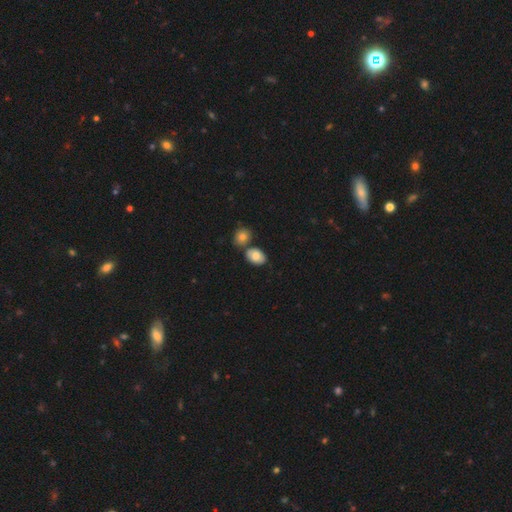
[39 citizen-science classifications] Smooth or featured? 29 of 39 (74%) said smooth. How rounded? 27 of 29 (93%) said in between. Merging? 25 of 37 (68%) said none.